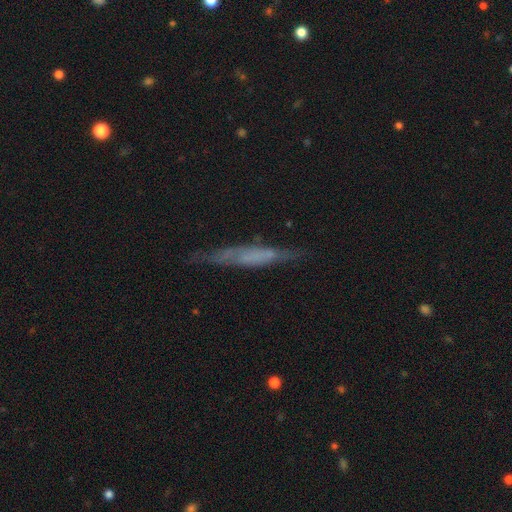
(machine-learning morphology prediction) Smooth or featured? featured or disk (53%)
Edge-on disk? yes (82%)
Merging? none (70%)